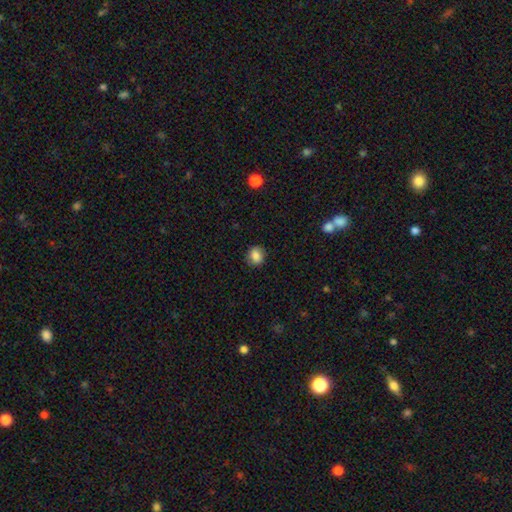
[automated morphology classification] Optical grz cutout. It shows a smooth galaxy with no disk features (84%) that is round (67%). Merging: none (84%).